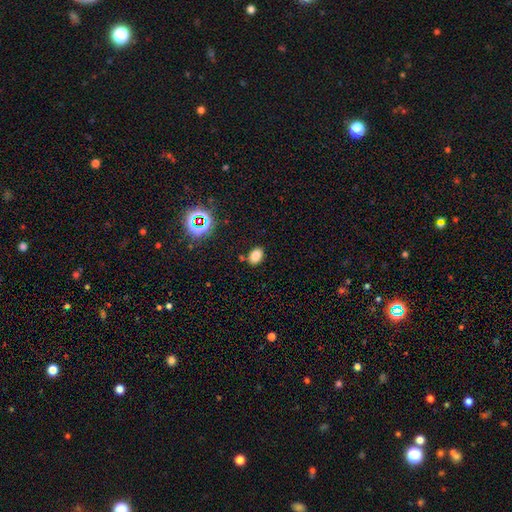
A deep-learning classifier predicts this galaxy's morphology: smooth_or_featured: smooth (p=0.78) [alt: star or artifact p=0.15]
how_rounded: in between (p=0.81) [alt: round p=0.18]
merging: none (p=0.82) [alt: minor disturbance p=0.11]